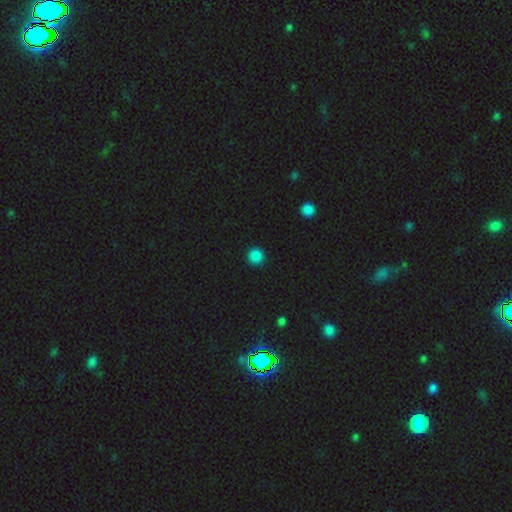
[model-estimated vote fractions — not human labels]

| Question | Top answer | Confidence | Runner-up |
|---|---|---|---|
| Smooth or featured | smooth | 85% | star or artifact (12%) |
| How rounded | round | 95% | in between (4%) |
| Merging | none | 93% | minor disturbance (5%) |